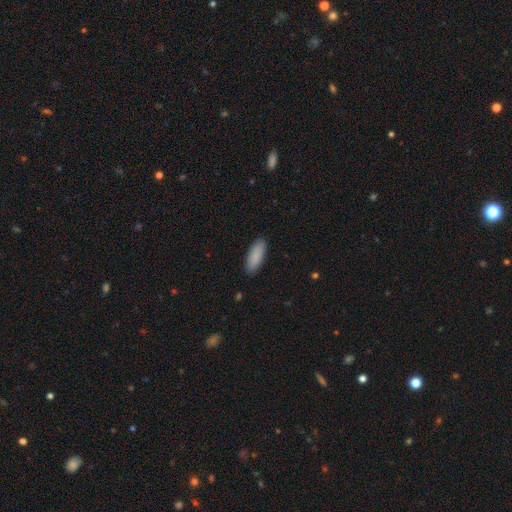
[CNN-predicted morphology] Smooth or featured? Predicted: smooth (p=0.88). How rounded? Predicted: in between (p=0.70). Merging? Predicted: none (p=0.88).